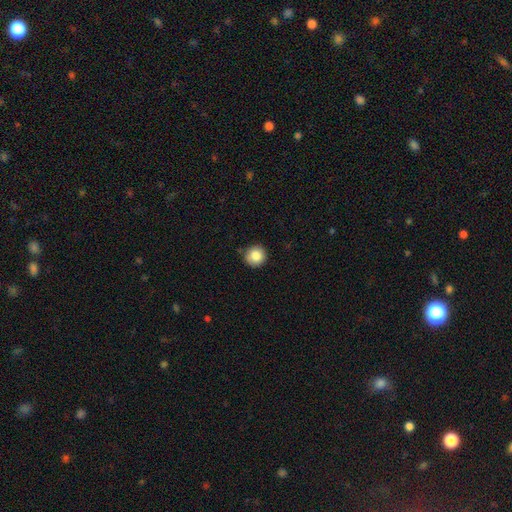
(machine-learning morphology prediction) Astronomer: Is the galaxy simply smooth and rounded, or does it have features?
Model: smooth — 84%.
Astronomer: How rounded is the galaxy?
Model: round — 94%.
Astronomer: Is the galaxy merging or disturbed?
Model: none — 87%.